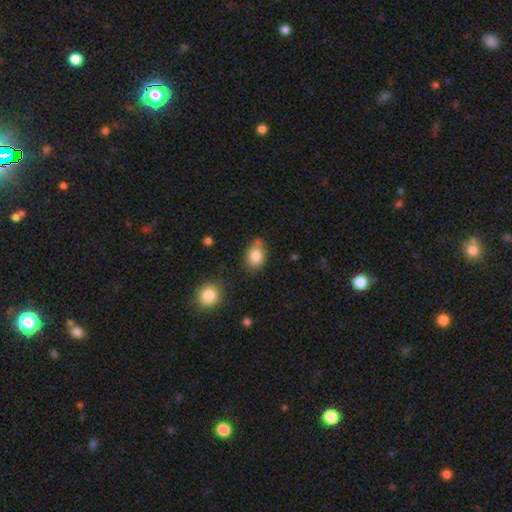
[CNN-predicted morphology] Smooth or featured? smooth (84%)
How rounded? in between (70%)
Merging? none (62%)